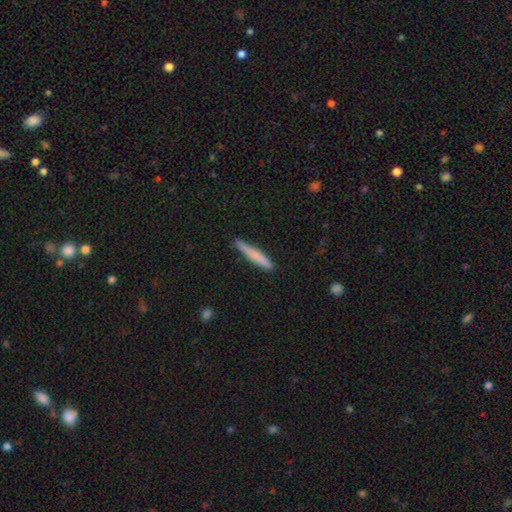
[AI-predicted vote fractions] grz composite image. It shows a smooth galaxy with no disk features (72%) that is cigar-shaped (95%). Merging: none (81%).